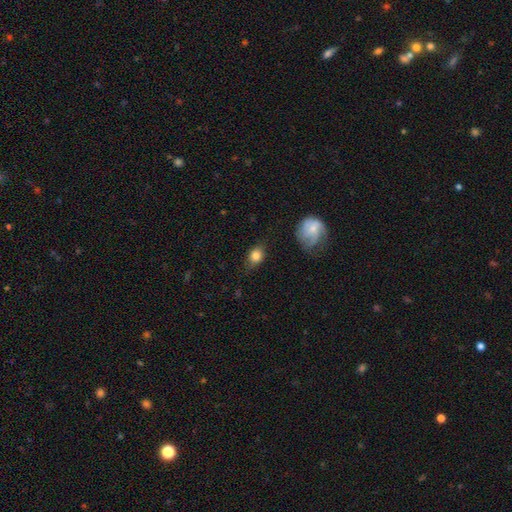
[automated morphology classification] A smooth galaxy with no disk features (82%) that is in between round and cigar-shaped (65%).

Vote fractions:
- Smooth or featured? smooth: 82% / featured or disk: 10% / star or artifact: 9%
- How rounded? in between: 65% / round: 33% / cigar-shaped: 2%
- Merging? none: 73% / minor disturbance: 20% / major disturbance: 5% / merger: 2%